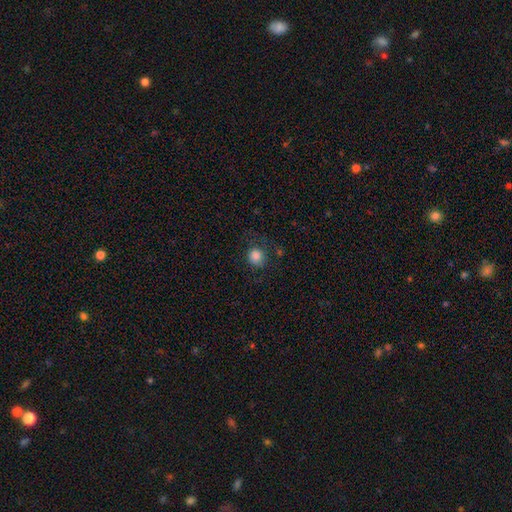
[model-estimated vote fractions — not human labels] Smooth or featured: smooth — 84% (star or artifact — 10%)
How rounded: round — 88% (in between — 11%)
Merging: none — 73% (minor disturbance — 16%)